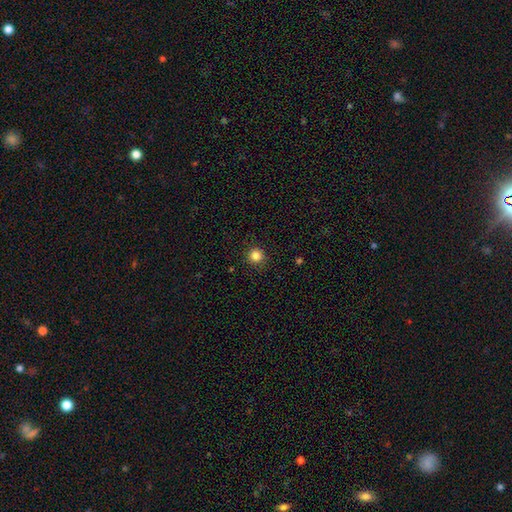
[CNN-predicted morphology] Q: Smooth or featured?
A: smooth (84%); runner-up: star or artifact (12%)
Q: How rounded?
A: round (95%); runner-up: in between (4%)
Q: Merging?
A: none (91%); runner-up: minor disturbance (6%)